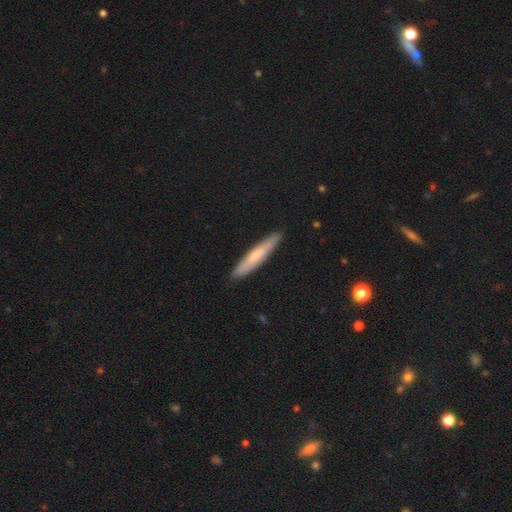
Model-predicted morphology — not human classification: Smooth or featured: smooth — 62% (featured or disk — 32%)
How rounded: cigar-shaped — 92% (in between — 6%)
Merging: none — 88% (minor disturbance — 9%)